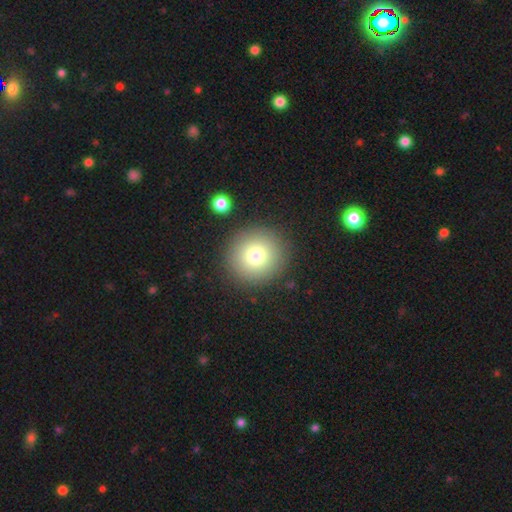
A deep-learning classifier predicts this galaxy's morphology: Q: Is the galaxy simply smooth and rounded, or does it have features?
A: smooth — 77%.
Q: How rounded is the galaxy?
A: round — 94%.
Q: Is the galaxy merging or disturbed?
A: none — 89%.